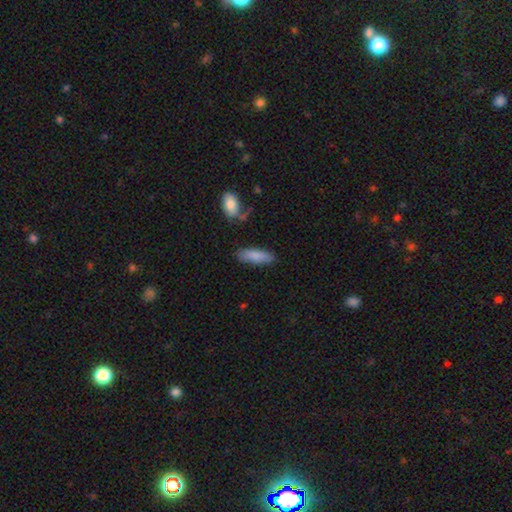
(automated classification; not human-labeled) smooth_or_featured: smooth (p=0.84) [alt: featured or disk p=0.10]
how_rounded: in between (p=0.54) [alt: cigar-shaped p=0.44]
merging: none (p=0.79) [alt: minor disturbance p=0.14]